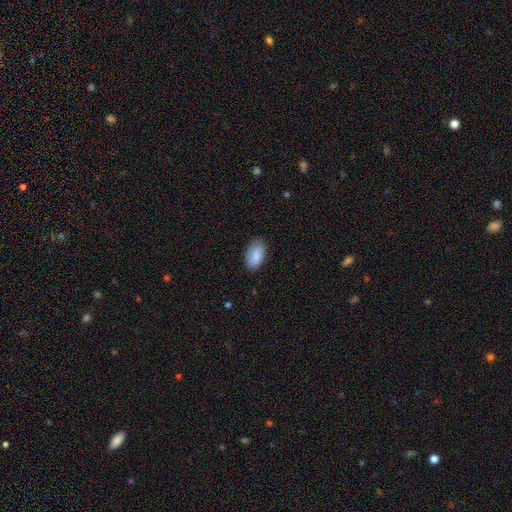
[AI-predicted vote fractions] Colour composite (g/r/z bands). It shows a smooth galaxy with no disk features (83%) that is in between round and cigar-shaped (94%). Merging: none (80%).